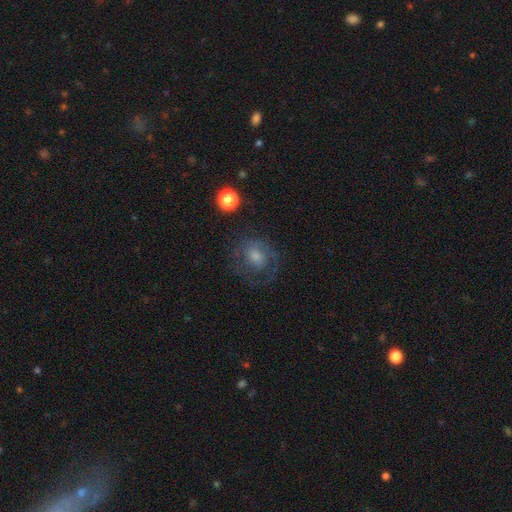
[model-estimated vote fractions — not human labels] This appears to be a featured or disk galaxy (57%) with no bar (64%), spiral arms (77%) and a moderate central bulge (47%). Merging: none (65%).